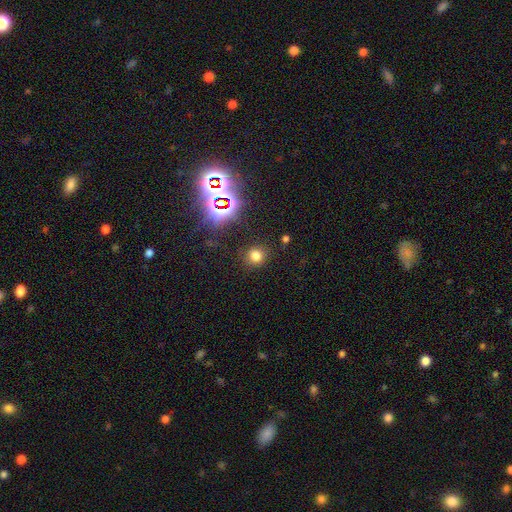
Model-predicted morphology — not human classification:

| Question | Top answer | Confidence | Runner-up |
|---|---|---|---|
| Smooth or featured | smooth | 71% | star or artifact (23%) |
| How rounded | round | 89% | in between (10%) |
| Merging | none | 87% | minor disturbance (7%) |